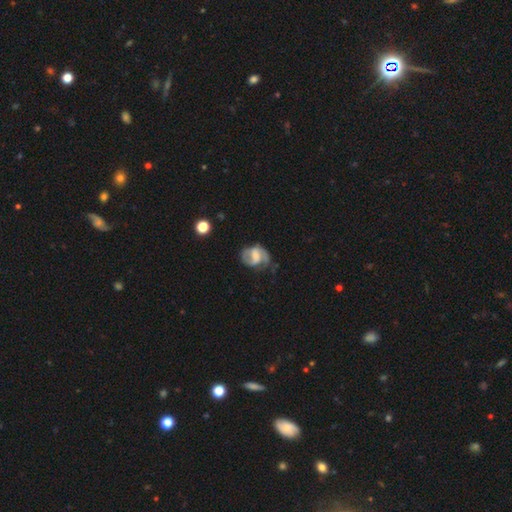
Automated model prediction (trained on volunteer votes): Smooth or featured? featured or disk (69%)
Edge-on disk? no (97%)
Bar? weak (48%)
Spiral arms? yes (84%)
Spiral winding? medium (46%)
Spiral arm count? 2 (71%)
Bulge size? moderate (36%)
Merging? none (46%)